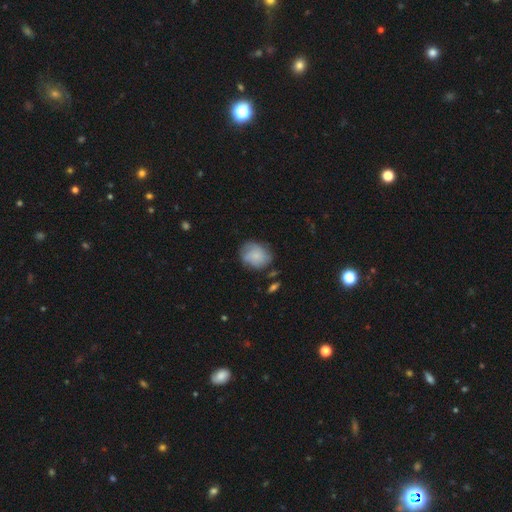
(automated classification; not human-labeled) Smooth or featured: smooth — 66% (featured or disk — 26%)
How rounded: round — 57% (in between — 42%)
Merging: none — 62% (minor disturbance — 26%)